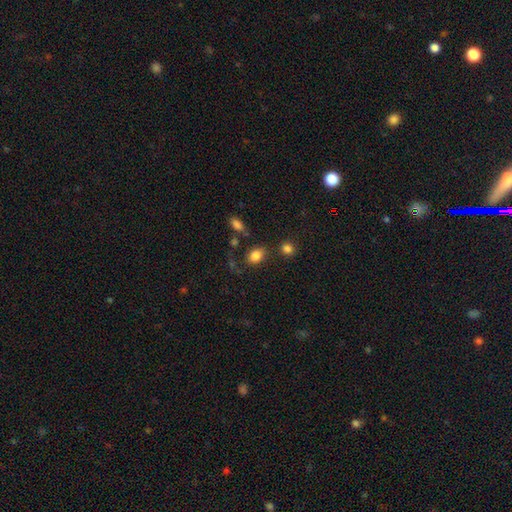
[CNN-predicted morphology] Overall: smooth (84%). How rounded: in between (66%; round 33%). Merging: none (72%).